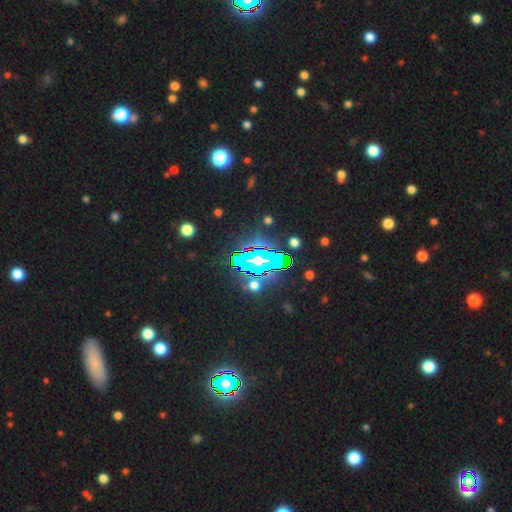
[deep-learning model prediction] Q: Smooth or featured?
A: star or artifact (70%); runner-up: featured or disk (15%)